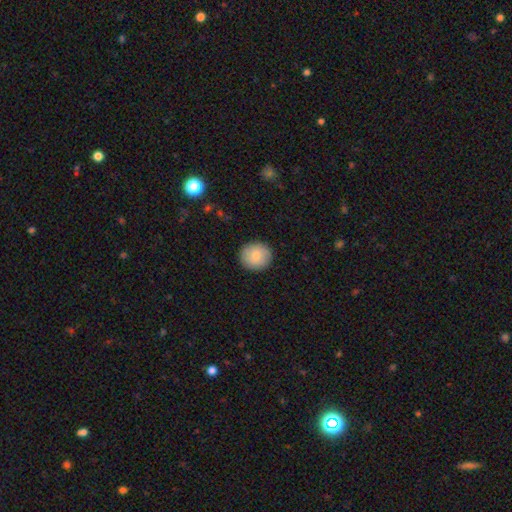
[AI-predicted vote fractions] Morphology: type=smooth (85%); roundness=round (90%); merging=none (91%).